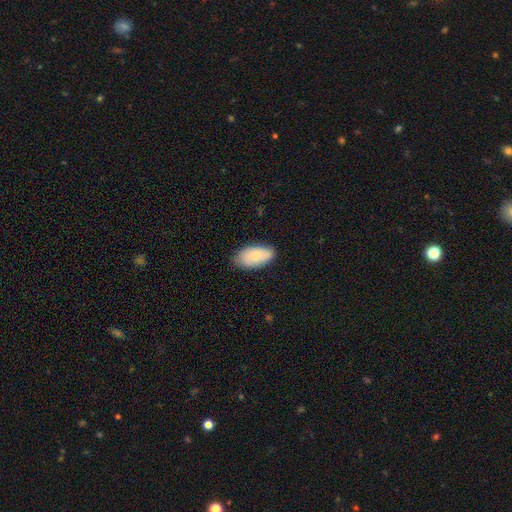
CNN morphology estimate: Smooth or featured?
  - smooth: 77% *
  - featured or disk: 17%
  - star or artifact: 6%
How rounded?
  - in between: 94% *
  - round: 3%
  - cigar-shaped: 3%
Merging?
  - none: 76% *
  - minor disturbance: 20%
  - major disturbance: 3%
  - merger: 1%